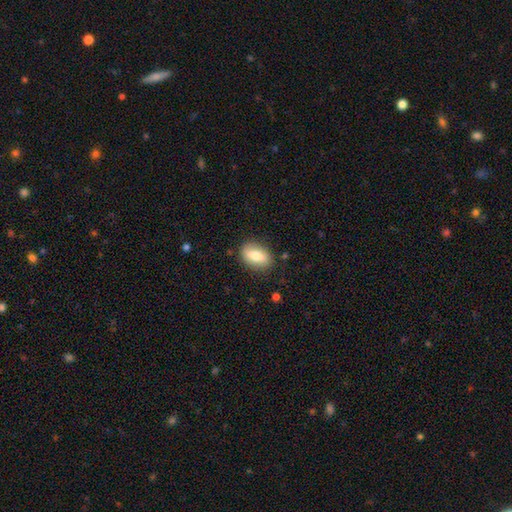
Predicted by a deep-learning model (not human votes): Smooth or featured? Predicted: smooth (p=0.78). How rounded? Predicted: in between (p=0.87). Merging? Predicted: none (p=0.84).